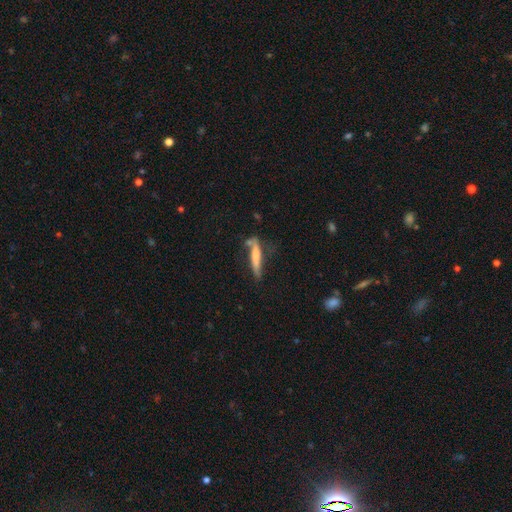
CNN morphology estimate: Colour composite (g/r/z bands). It shows a smooth galaxy with no disk features (61%) that is cigar-shaped (89%). Merging: none (54%).